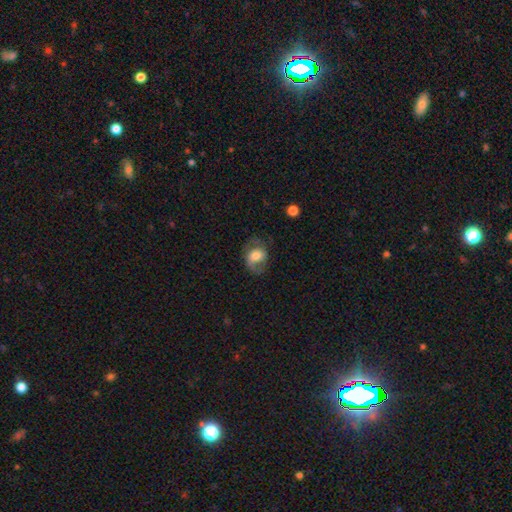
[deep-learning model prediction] This is possibly a smooth galaxy (47%). Merging: possibly none (56%).